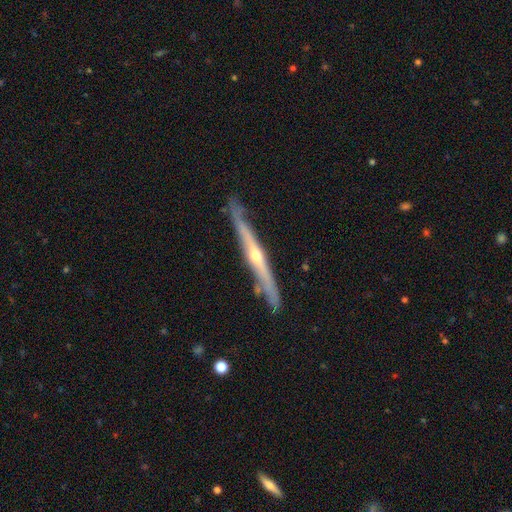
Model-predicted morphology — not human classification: This is clearly a featured or disk galaxy (81%). It is clearly viewed edge-on (94%). Edge-on bulge: clearly rounded (80%). Merging: clearly none (81%).